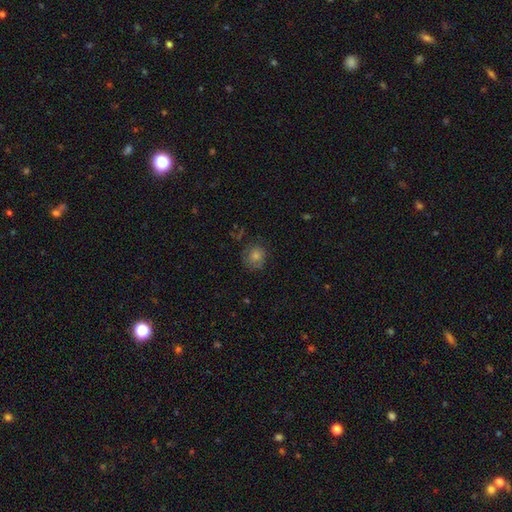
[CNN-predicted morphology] The model was most divided on "smooth or featured": smooth: 55%, featured or disk: 24%, star or artifact: 20%. More confident: how rounded — round (85%); merging — none (77%).